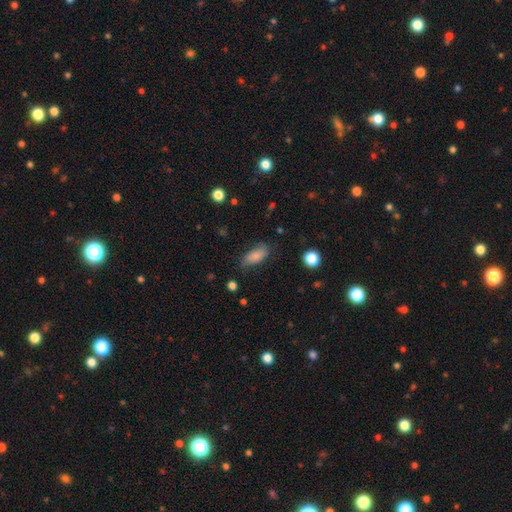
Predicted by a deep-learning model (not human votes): Q: Smooth or featured?
A: smooth (77%); runner-up: featured or disk (16%)
Q: How rounded?
A: in between (86%); runner-up: cigar-shaped (11%)
Q: Merging?
A: none (67%); runner-up: minor disturbance (24%)